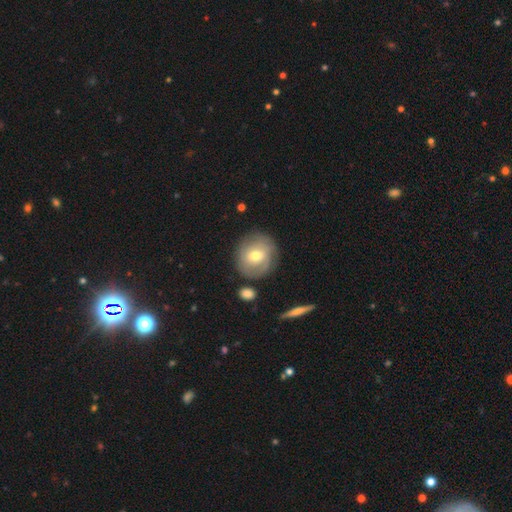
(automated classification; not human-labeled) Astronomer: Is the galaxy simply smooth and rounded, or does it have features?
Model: smooth — 48% (runner-up: featured or disk, 45%).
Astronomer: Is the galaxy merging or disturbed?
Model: none — 77%.